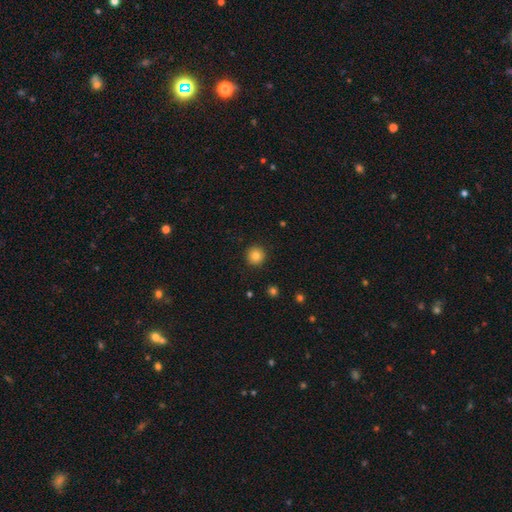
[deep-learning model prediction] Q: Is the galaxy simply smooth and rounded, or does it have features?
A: smooth — 83%.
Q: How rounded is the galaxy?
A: round — 95%.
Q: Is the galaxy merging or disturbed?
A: none — 92%.